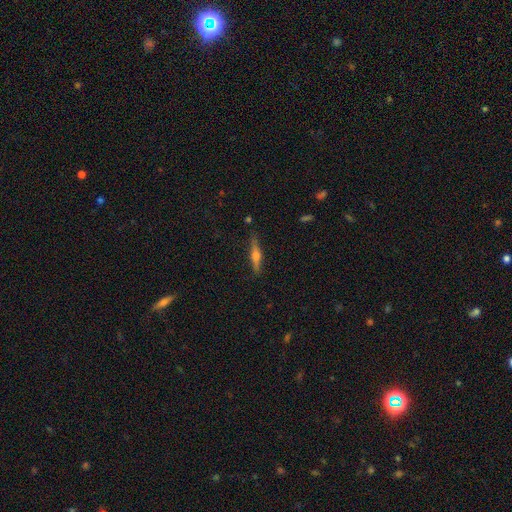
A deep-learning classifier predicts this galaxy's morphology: This appears to be a featured or disk galaxy (61%) viewed edge-on (97%) with a rounded central bulge (93%). Merging: none (87%).